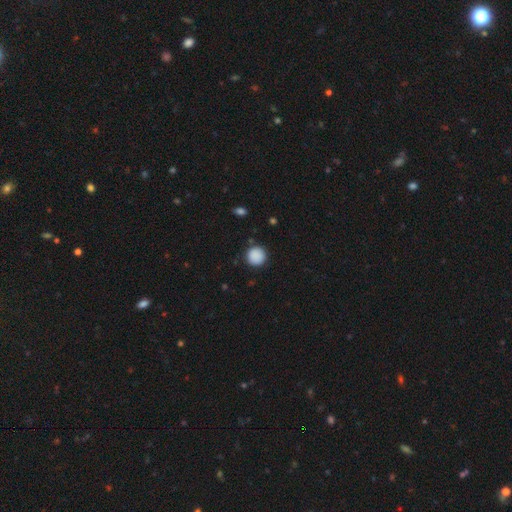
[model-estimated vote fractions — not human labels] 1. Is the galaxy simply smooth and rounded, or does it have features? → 89% smooth, 8% star or artifact, 3% featured or disk.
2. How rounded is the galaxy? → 94% round, 5% in between, 1% cigar-shaped.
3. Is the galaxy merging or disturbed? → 89% none, 8% minor disturbance, 2% major disturbance, 1% merger.